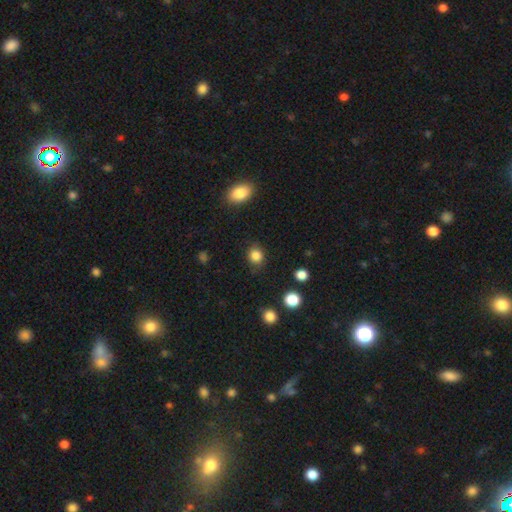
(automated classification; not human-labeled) This appears to be a smooth galaxy with no disk features (85%) that is round (75%). Merging: none (82%).